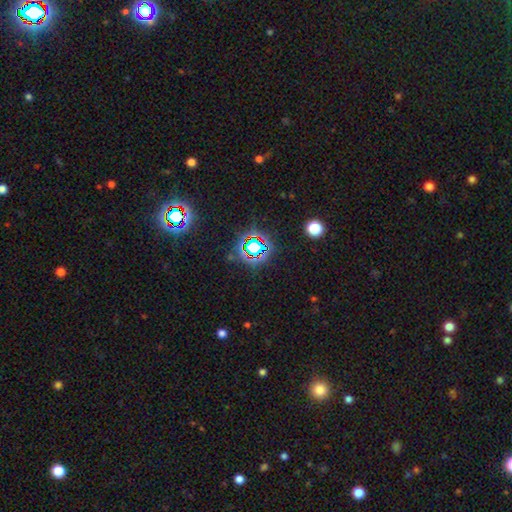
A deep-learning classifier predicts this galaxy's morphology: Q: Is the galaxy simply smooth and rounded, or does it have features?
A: star or artifact — 77%.